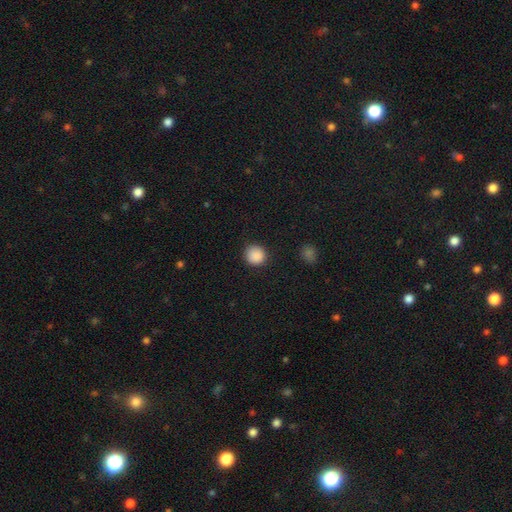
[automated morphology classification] Overall: smooth (89%). How rounded: round (93%). Merging: none (90%).